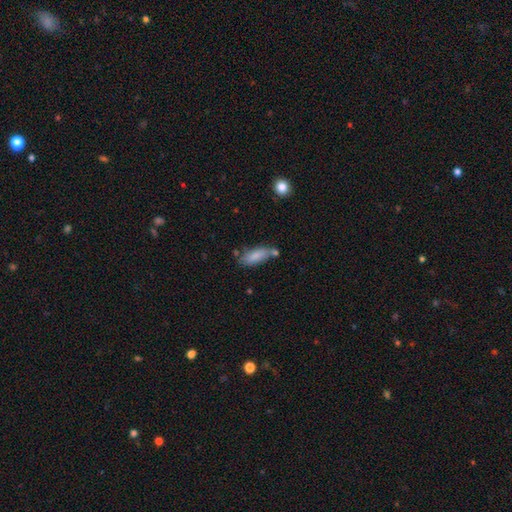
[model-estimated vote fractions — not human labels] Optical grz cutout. It shows a smooth galaxy with no disk features (81%) that is in between round and cigar-shaped (70%). Merging: none (55%).